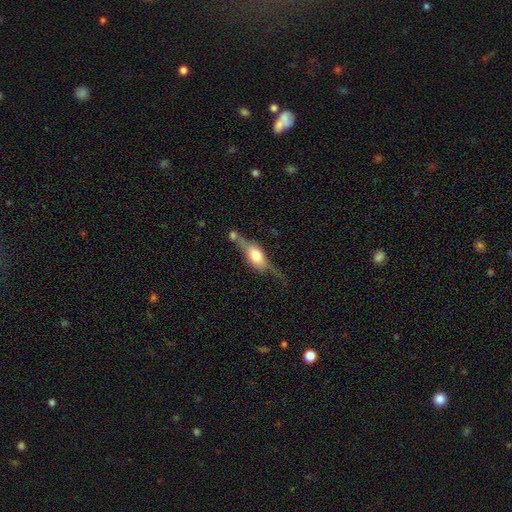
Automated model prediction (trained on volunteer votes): Morphology: type=featured or disk (58%); edge-on=yes (81%); merging=none (42%).